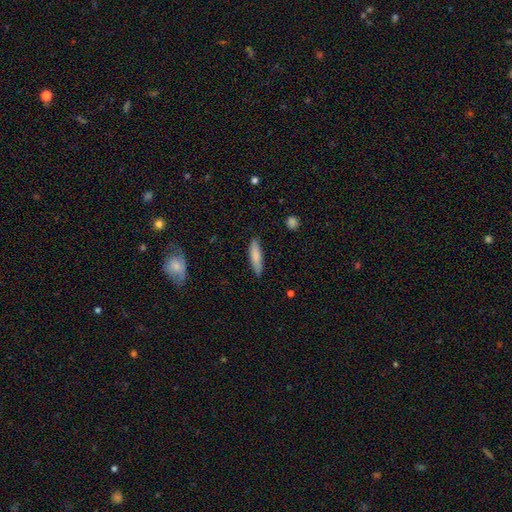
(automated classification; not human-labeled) smooth-or-featured: smooth: 80% | featured or disk: 14% | star or artifact: 6%
  how-rounded: cigar-shaped: 73% | in between: 25% | round: 2%
  merging: none: 85% | minor disturbance: 11% | major disturbance: 2% | merger: 1%